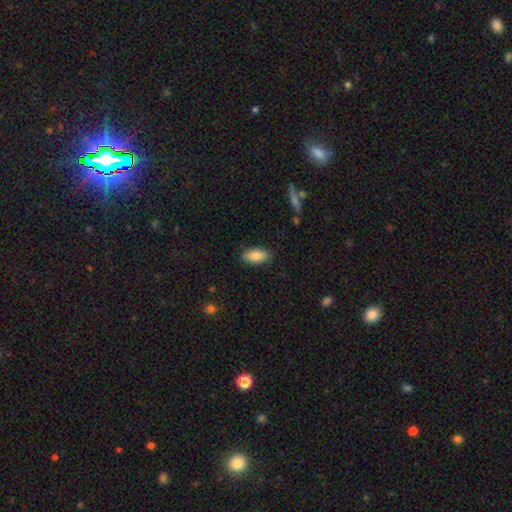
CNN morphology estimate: Smooth or featured: smooth — 87% (featured or disk — 7%)
How rounded: in between — 90% (cigar-shaped — 8%)
Merging: none — 85% (minor disturbance — 11%)